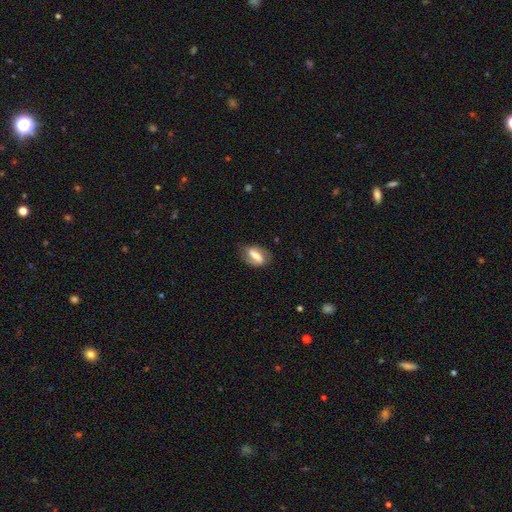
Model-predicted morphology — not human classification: This is possibly a featured or disk galaxy (52%). It is clearly not viewed edge-on (91%). Merging: likely none (73%).